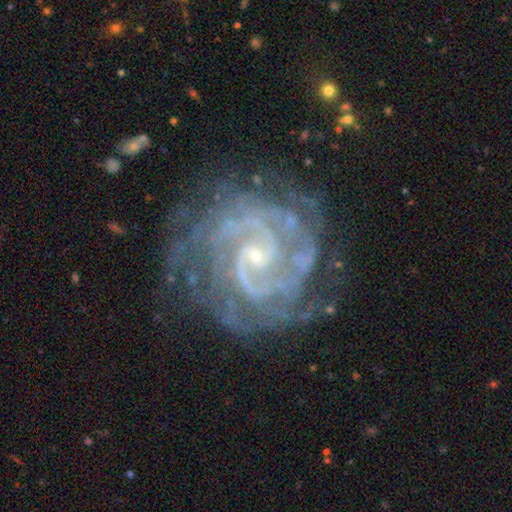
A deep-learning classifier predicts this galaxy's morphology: Smooth or featured? featured or disk (91%)
Edge-on disk? no (98%)
Bar? no (48%)
Spiral arms? yes (98%)
Spiral winding? tight (69%)
Spiral arm count? 2 (41%)
Bulge size? small (79%)
Merging? none (75%)